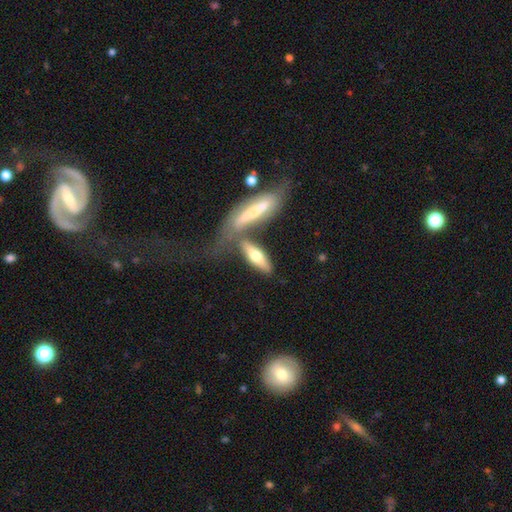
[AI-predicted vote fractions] This is possibly a smooth galaxy (54%). How rounded: possibly cigar-shaped (55%). Merging: marginally none (44%).